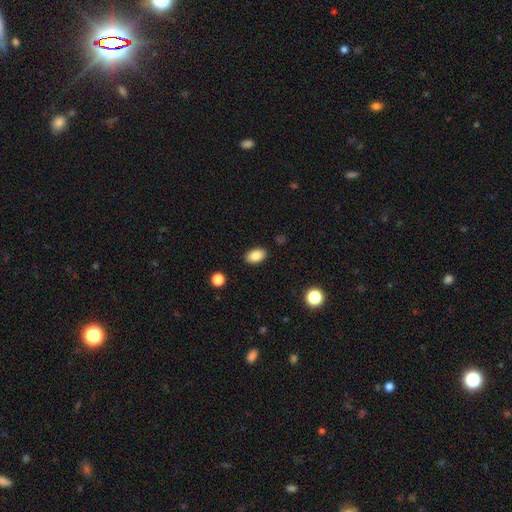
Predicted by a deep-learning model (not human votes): Smooth or featured?
  - smooth: 86% *
  - star or artifact: 8%
  - featured or disk: 6%
How rounded?
  - in between: 89% *
  - round: 9%
  - cigar-shaped: 1%
Merging?
  - none: 88% *
  - minor disturbance: 8%
  - major disturbance: 2%
  - merger: 1%